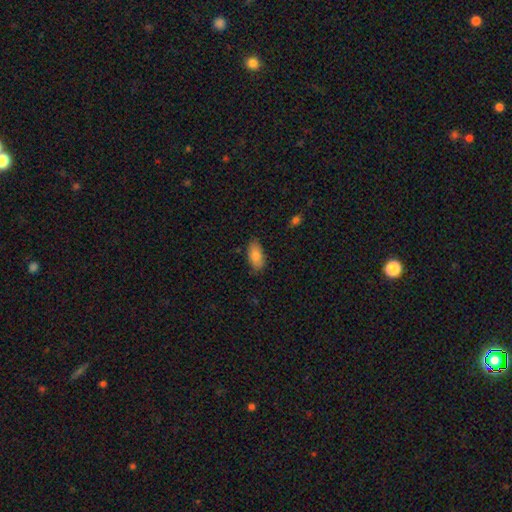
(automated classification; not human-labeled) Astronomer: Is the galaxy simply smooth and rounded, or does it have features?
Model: smooth — 84%.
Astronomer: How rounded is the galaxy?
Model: in between — 91%.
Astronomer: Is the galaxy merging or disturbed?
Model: none — 82%.